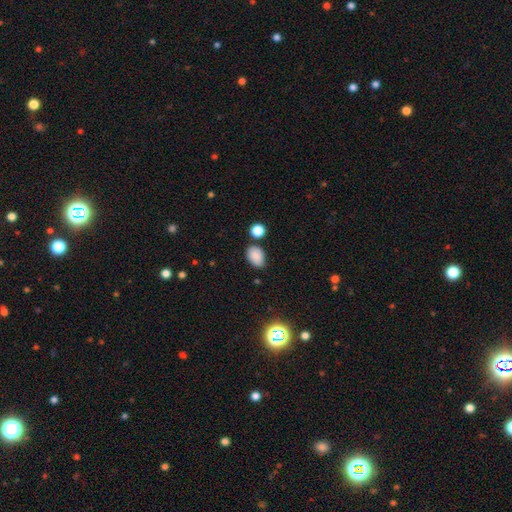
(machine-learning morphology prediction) Smooth or featured? Predicted: smooth (p=0.85). How rounded? Predicted: in between (p=0.85). Merging? Predicted: none (p=0.75).